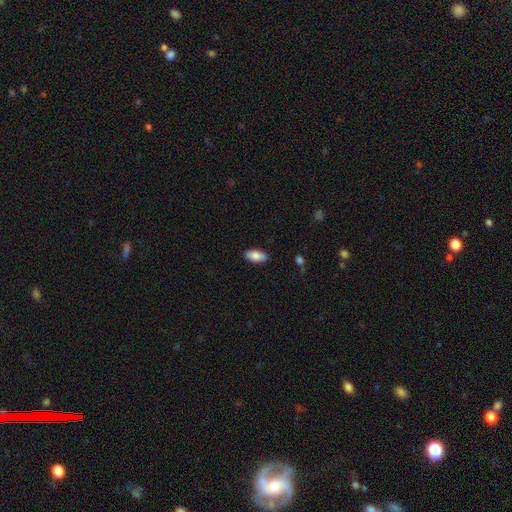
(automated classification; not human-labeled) Smooth or featured? Predicted: smooth (p=0.86). How rounded? Predicted: in between (p=0.92). Merging? Predicted: none (p=0.88).